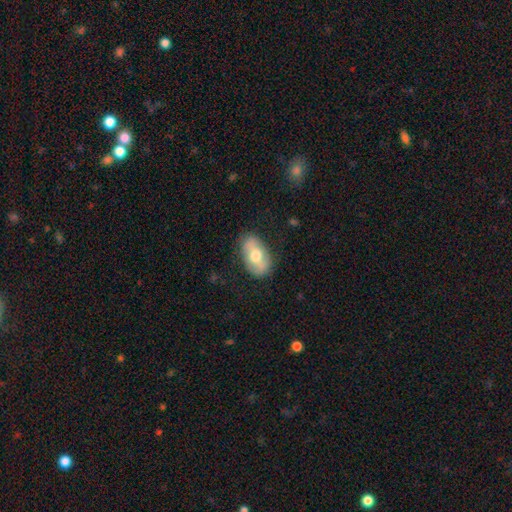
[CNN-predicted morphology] type=smooth (53%); roundness=in between (91%); merging=none (78%).